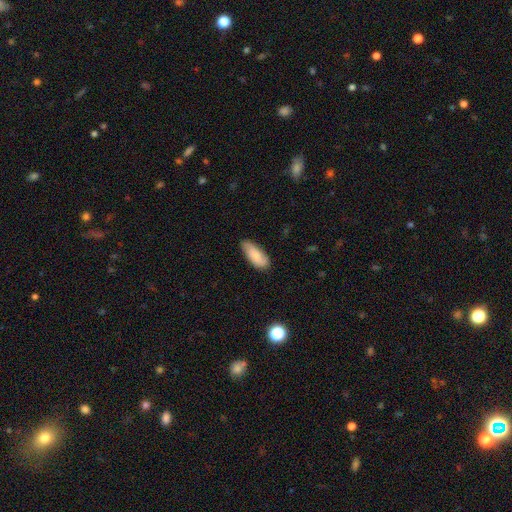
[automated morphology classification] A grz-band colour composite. It shows a smooth galaxy with no disk features (82%) that is in between round and cigar-shaped (79%). Merging: none (72%).